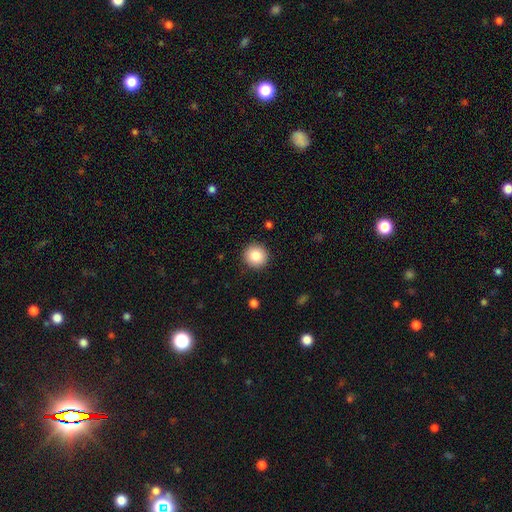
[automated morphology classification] smooth-or-featured: smooth: 85% | star or artifact: 9% | featured or disk: 7%
  how-rounded: round: 95% | in between: 5% | cigar-shaped: 1%
  merging: none: 91% | minor disturbance: 6% | major disturbance: 2% | merger: 1%